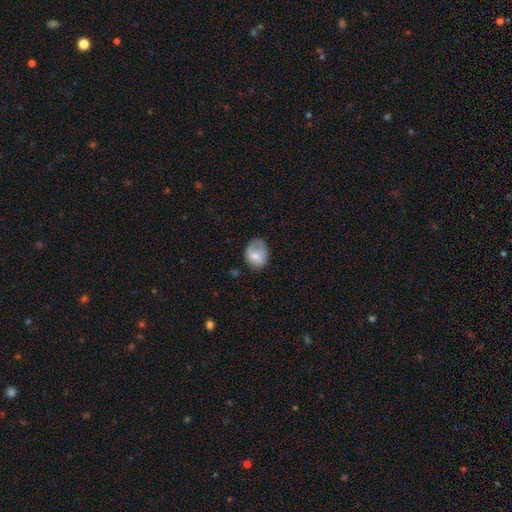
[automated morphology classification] smooth 70%, featured or disk 22%, star or artifact 8%. Down the decision tree: how rounded — in between (67%); merging — none (43%).